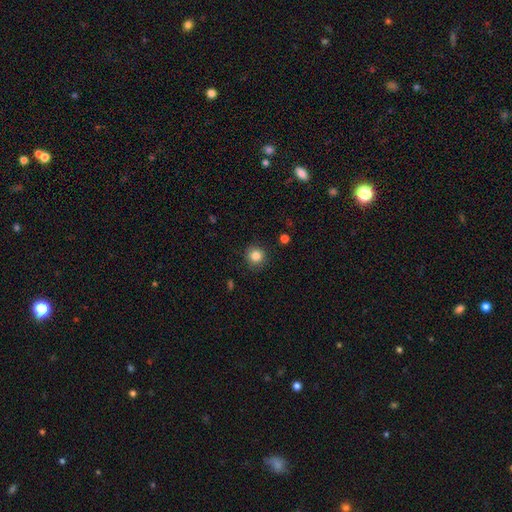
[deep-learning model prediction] The model was most divided on "smooth or featured": smooth: 84%, star or artifact: 11%, featured or disk: 5%. More confident: how rounded — round (93%); merging — none (89%).